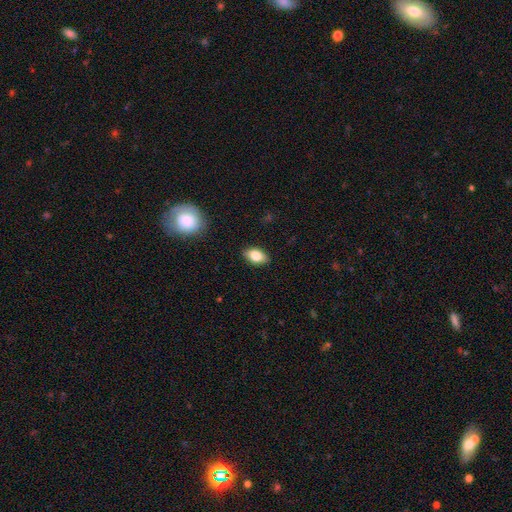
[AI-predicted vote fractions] A smooth galaxy with no disk features (81%) that is in between round and cigar-shaped (88%).

Vote fractions:
- Smooth or featured? smooth: 81% / featured or disk: 11% / star or artifact: 8%
- How rounded? in between: 88% / round: 9% / cigar-shaped: 3%
- Merging? none: 87% / minor disturbance: 10% / major disturbance: 2% / merger: 1%